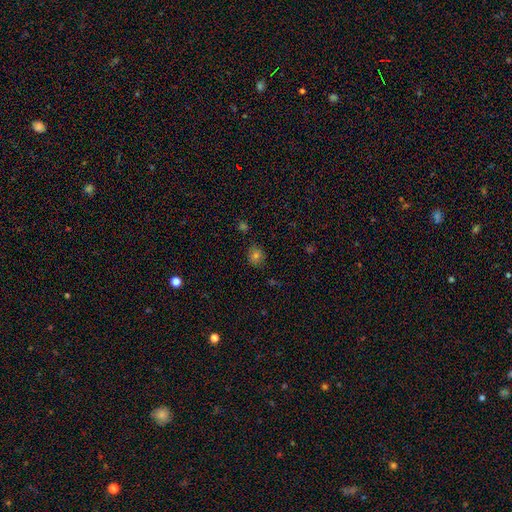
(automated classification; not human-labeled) smooth 73%, star or artifact 18%, featured or disk 9%. Down the decision tree: how rounded — round (70%); merging — none (82%).